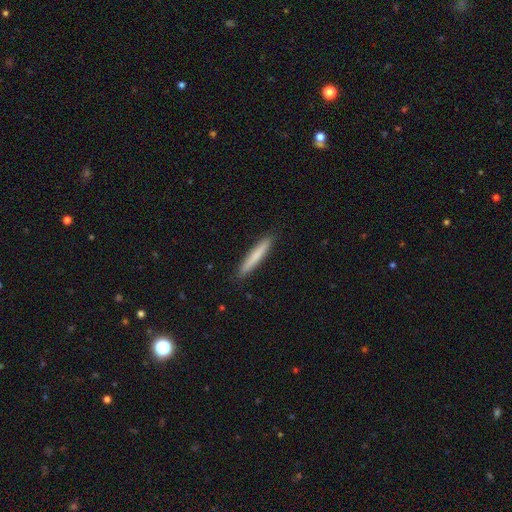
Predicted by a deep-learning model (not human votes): Morphology: type=smooth (74%); roundness=cigar-shaped (95%); merging=none (91%).